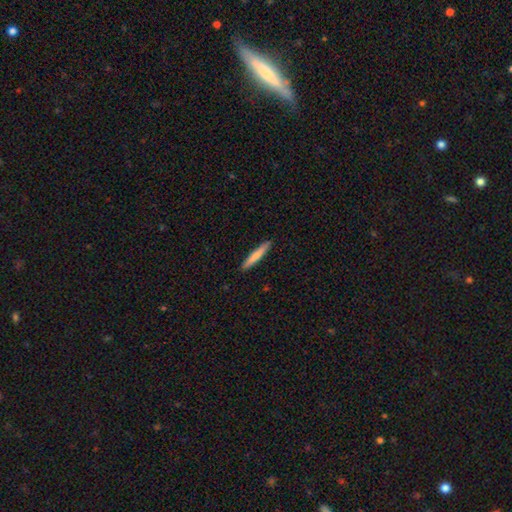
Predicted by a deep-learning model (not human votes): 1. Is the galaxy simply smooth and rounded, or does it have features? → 73% smooth, 22% featured or disk, 5% star or artifact.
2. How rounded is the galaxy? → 94% cigar-shaped, 5% in between, 1% round.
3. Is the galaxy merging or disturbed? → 92% none, 6% minor disturbance, 1% major disturbance, 1% merger.